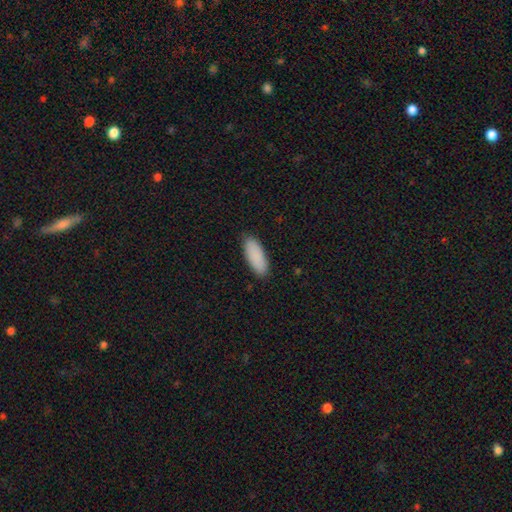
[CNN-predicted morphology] Smooth or featured? smooth (90%)
How rounded? in between (75%)
Merging? none (87%)